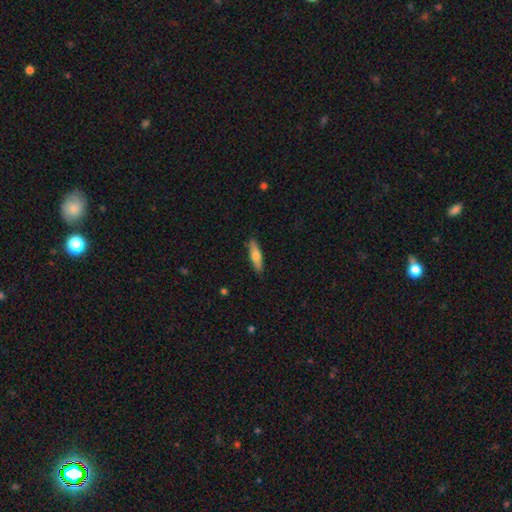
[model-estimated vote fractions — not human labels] Smooth or featured? smooth (66%)
How rounded? cigar-shaped (68%)
Merging? none (87%)